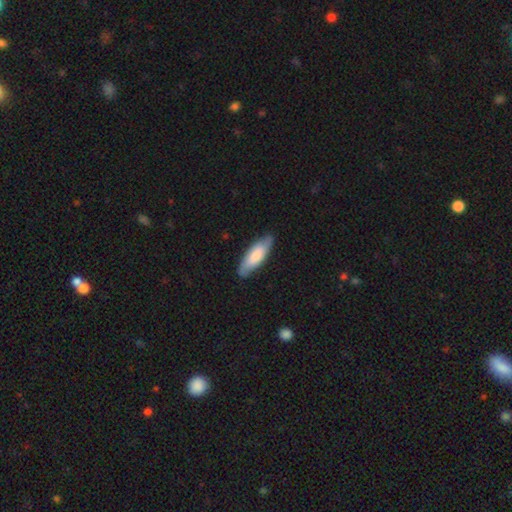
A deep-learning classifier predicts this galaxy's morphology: A smooth galaxy with no disk features (72%) that is in between round and cigar-shaped (56%). Merging: none (83%).